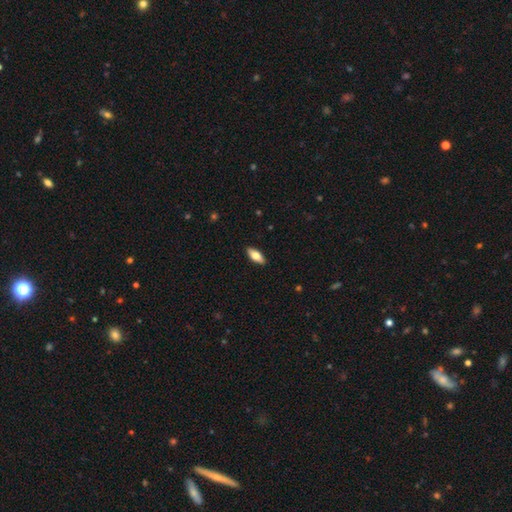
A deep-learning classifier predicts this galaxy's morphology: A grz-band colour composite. It shows a smooth galaxy with no disk features (68%) that is in between round and cigar-shaped (79%). Merging: none (90%).